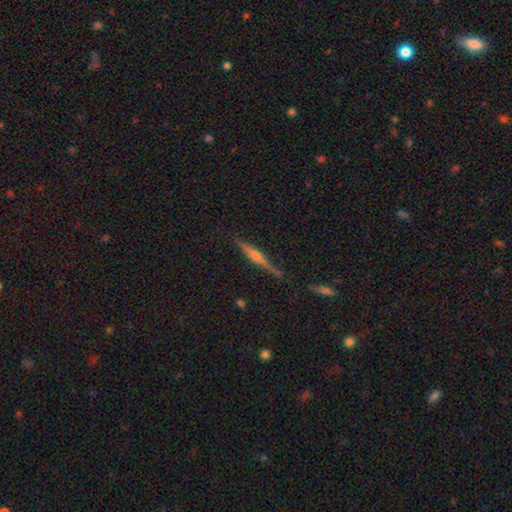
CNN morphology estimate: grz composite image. It shows a featured or disk galaxy (75%) viewed edge-on (98%) with a rounded central bulge (87%). Merging: none (84%).